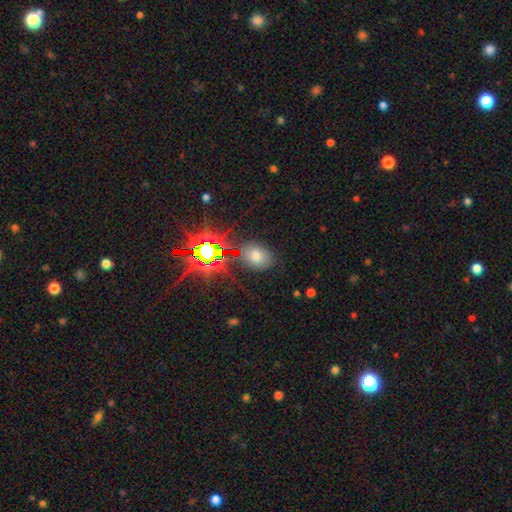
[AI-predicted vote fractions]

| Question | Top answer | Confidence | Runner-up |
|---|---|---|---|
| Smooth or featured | smooth | 57% | star or artifact (32%) |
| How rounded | in between | 62% | round (37%) |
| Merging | none | 80% | minor disturbance (12%) |